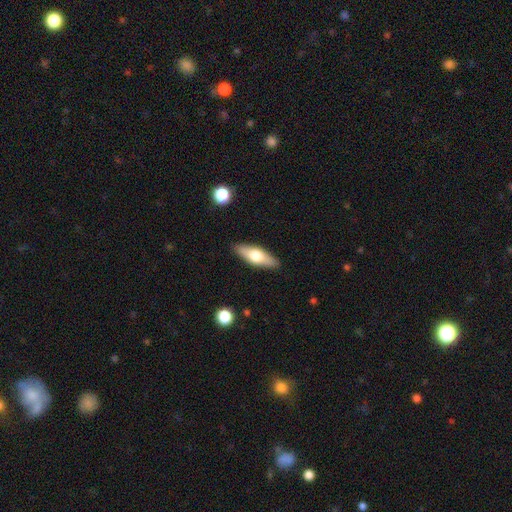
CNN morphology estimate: type=smooth (58%); roundness=in between (56%); merging=none (89%).